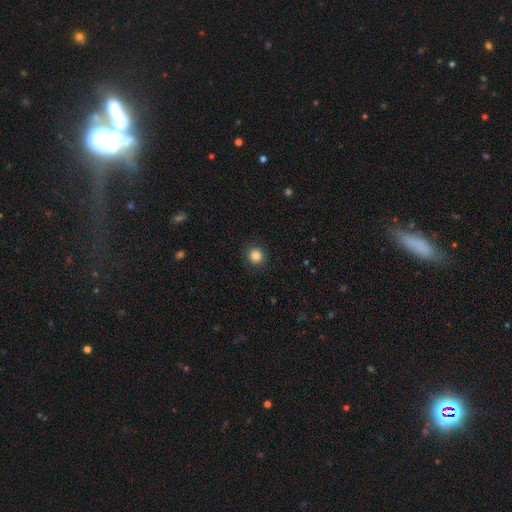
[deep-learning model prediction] Overall: smooth (85%). How rounded: round (91%). Merging: none (91%).